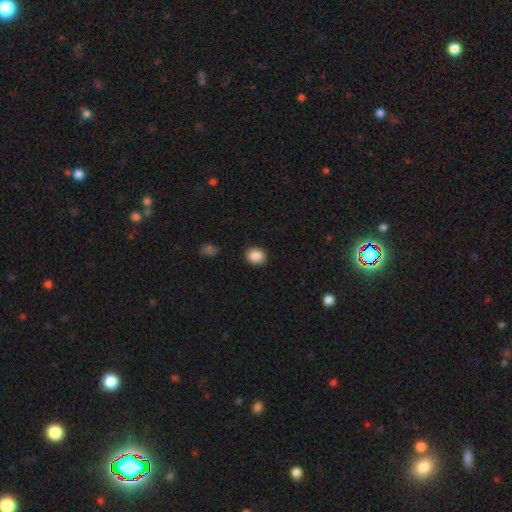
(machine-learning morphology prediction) smooth 88%, star or artifact 9%, featured or disk 4%. Down the decision tree: how rounded — round (67%); merging — none (89%).